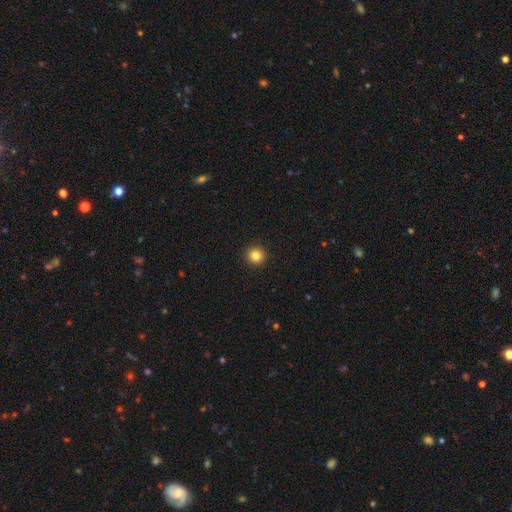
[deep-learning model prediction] Overall: smooth (83%). How rounded: round (95%). Merging: none (94%).